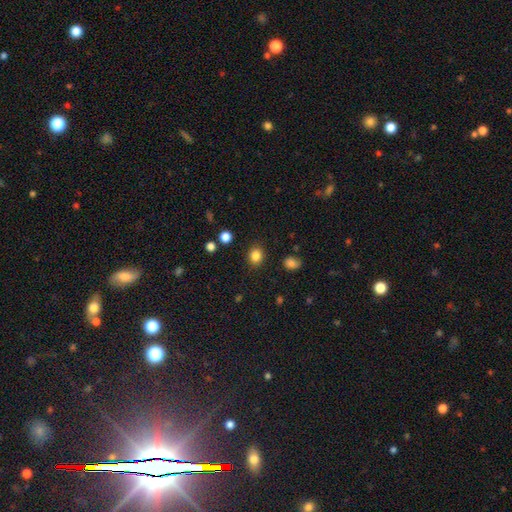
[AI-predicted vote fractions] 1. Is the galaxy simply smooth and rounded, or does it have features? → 84% smooth, 12% star or artifact, 4% featured or disk.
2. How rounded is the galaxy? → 74% round, 25% in between, 1% cigar-shaped.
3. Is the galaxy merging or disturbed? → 88% none, 8% minor disturbance, 2% major disturbance, 2% merger.